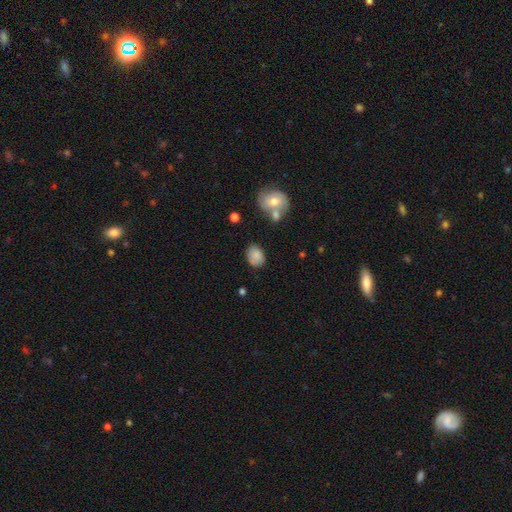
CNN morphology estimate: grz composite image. It shows a smooth galaxy with no disk features (83%) that is in between round and cigar-shaped (68%). Merging: none (72%).